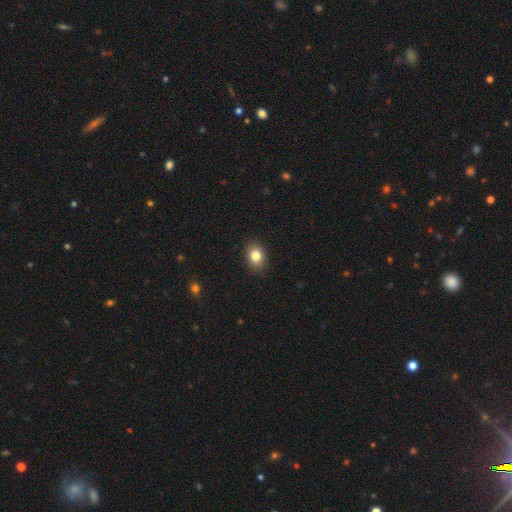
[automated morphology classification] This is clearly a smooth galaxy (83%). How rounded: possibly in between (57%). Merging: clearly none (89%).